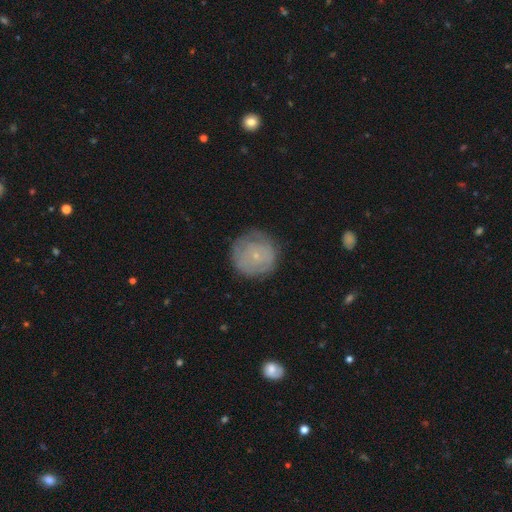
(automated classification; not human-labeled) Smooth or featured? Predicted: smooth (p=0.50). Merging? Predicted: none (p=0.77).